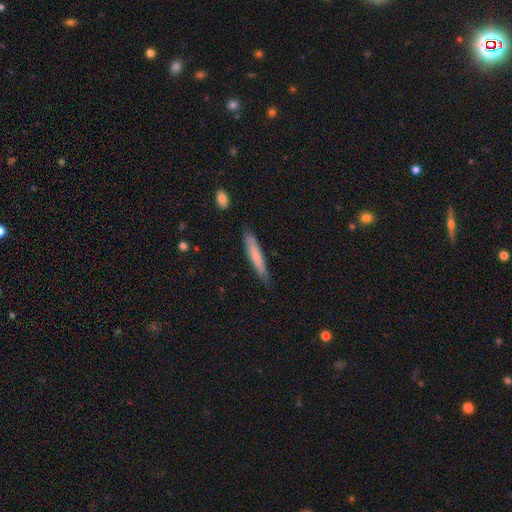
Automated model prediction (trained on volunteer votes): This appears to be a smooth galaxy with no disk features (71%) that is cigar-shaped (92%). Merging: none (83%).